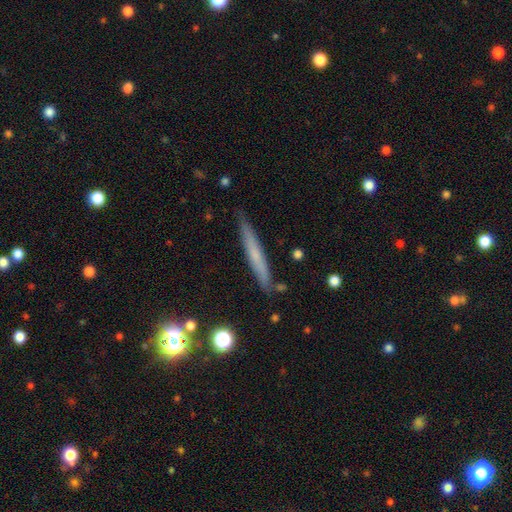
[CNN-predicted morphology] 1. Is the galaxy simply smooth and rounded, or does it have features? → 54% smooth, 37% featured or disk, 9% star or artifact.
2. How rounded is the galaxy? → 95% cigar-shaped, 4% in between, 2% round.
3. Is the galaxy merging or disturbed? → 87% none, 10% minor disturbance, 2% major disturbance, 2% merger.